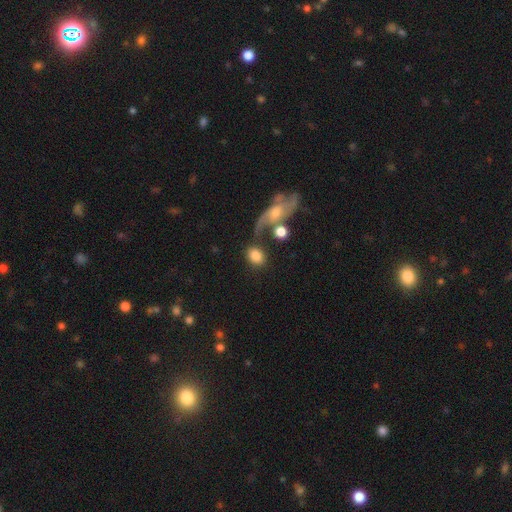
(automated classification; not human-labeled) Smooth or featured? Predicted: smooth (p=0.78). How rounded? Predicted: in between (p=0.59). Merging? Predicted: none (p=0.54).